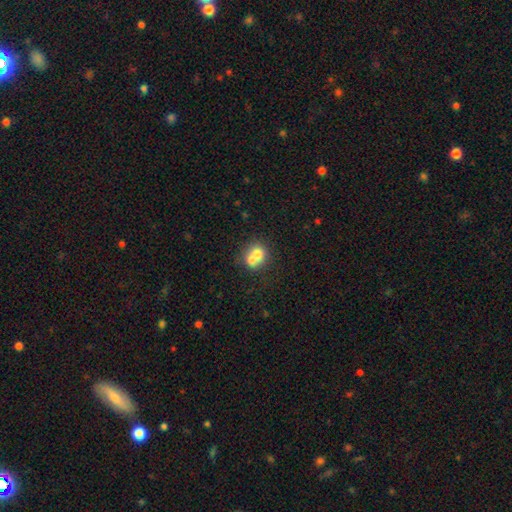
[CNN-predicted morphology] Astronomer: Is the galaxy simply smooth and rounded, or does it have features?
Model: smooth — 68%.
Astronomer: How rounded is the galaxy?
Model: round — 74%.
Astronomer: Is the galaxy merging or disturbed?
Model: merger — 63%.